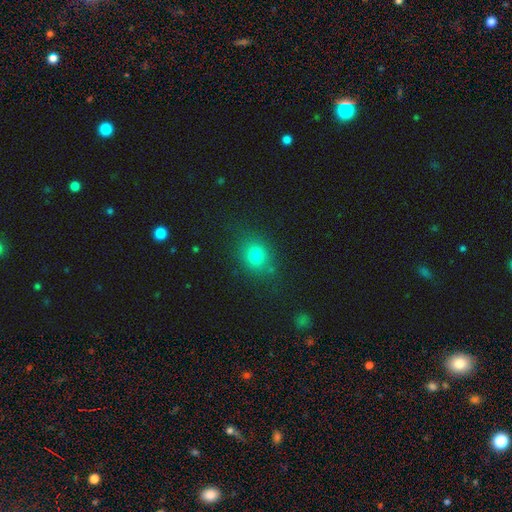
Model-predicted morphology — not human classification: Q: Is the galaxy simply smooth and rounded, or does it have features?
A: smooth — 77%.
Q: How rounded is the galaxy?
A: round — 58%.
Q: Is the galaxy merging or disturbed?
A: none — 77%.